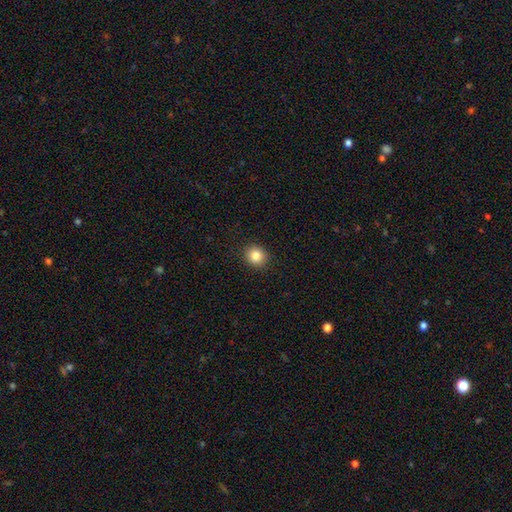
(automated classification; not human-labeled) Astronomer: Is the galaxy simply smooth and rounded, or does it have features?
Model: smooth — 84%.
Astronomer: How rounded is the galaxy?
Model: round — 81%.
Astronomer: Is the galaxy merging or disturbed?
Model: none — 92%.